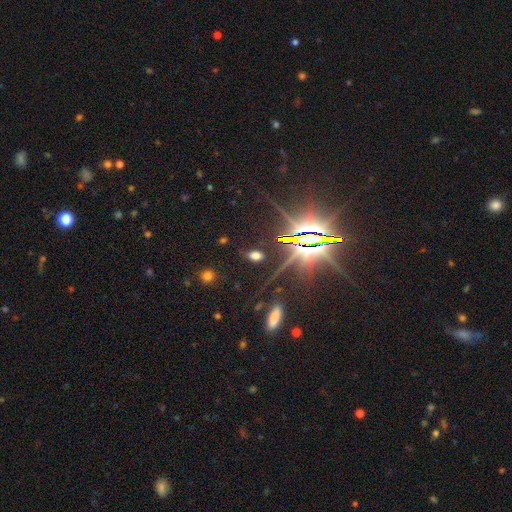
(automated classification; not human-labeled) A smooth galaxy with no disk features (52%) that is in between round and cigar-shaped (78%).

Vote fractions:
- Smooth or featured? smooth: 52% / star or artifact: 36% / featured or disk: 11%
- How rounded? in between: 78% / round: 14% / cigar-shaped: 8%
- Merging? none: 82% / minor disturbance: 10% / major disturbance: 5% / merger: 3%